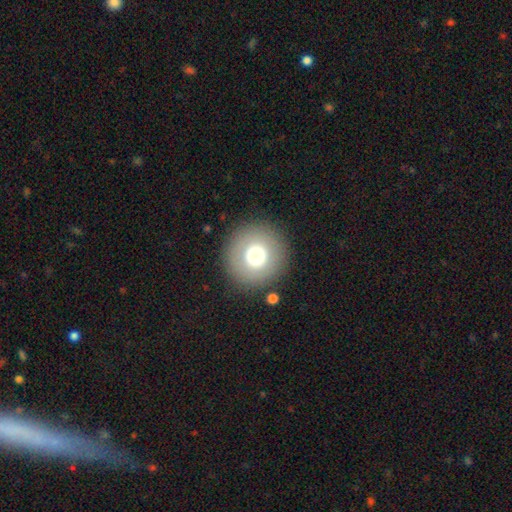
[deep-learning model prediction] Overall: smooth (72%). How rounded: round (96%). Merging: none (89%).